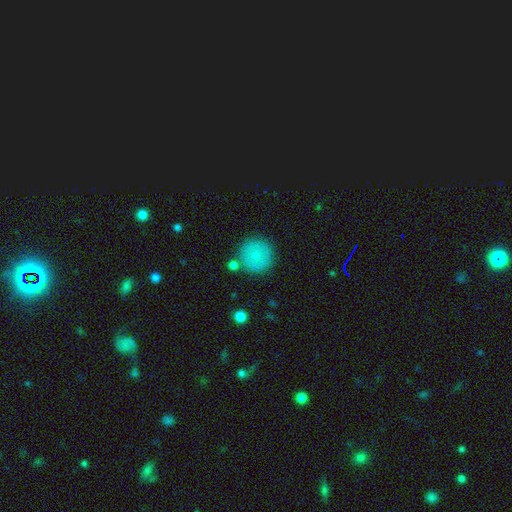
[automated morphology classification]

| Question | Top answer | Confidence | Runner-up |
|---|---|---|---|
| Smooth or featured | smooth | 81% | featured or disk (10%) |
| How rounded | round | 95% | in between (4%) |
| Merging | none | 81% | minor disturbance (10%) |